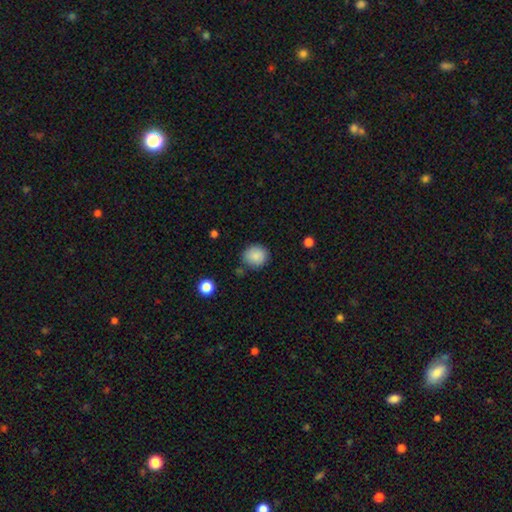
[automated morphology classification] Smooth or featured? smooth (86%)
How rounded? round (83%)
Merging? none (81%)